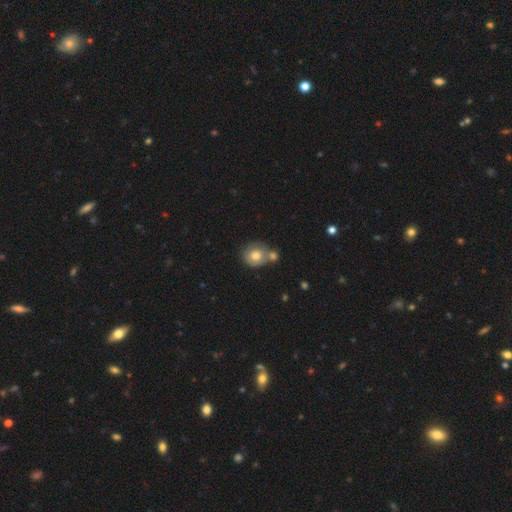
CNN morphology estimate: Smooth or featured?
  - smooth: 76% *
  - featured or disk: 16%
  - star or artifact: 8%
How rounded?
  - round: 81% *
  - in between: 18%
  - cigar-shaped: 1%
Merging?
  - none: 47% *
  - merger: 36%
  - minor disturbance: 13%
  - major disturbance: 4%